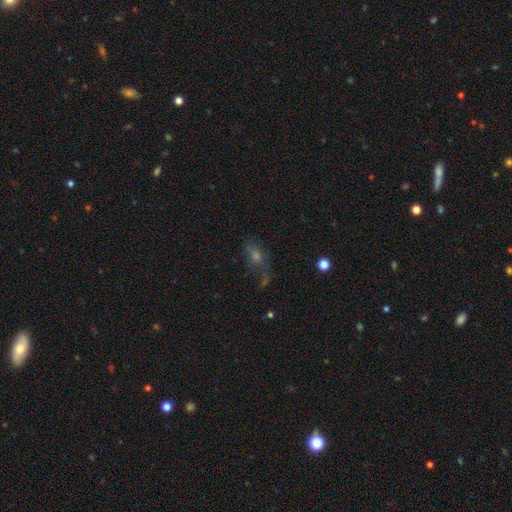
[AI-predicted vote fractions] A smooth galaxy with no disk features (41%).

Vote fractions:
- Smooth or featured? smooth: 41% / star or artifact: 30% / featured or disk: 28%
- Merging? none: 50% / major disturbance: 21% / minor disturbance: 21% / merger: 8%